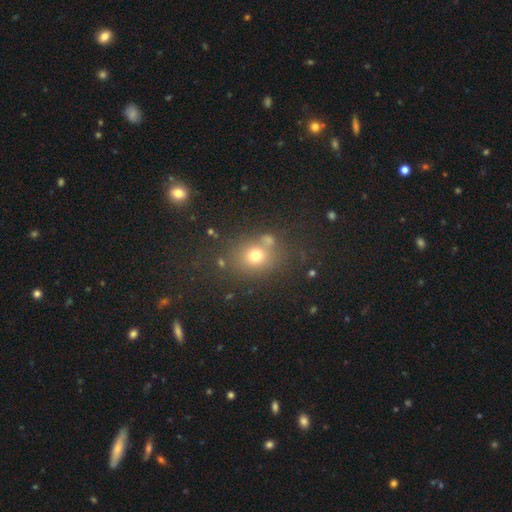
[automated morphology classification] A smooth galaxy with no disk features (71%) that is round (69%). Merging: none (70%).